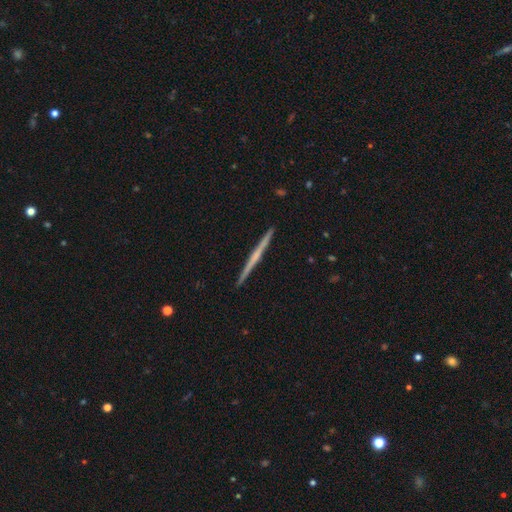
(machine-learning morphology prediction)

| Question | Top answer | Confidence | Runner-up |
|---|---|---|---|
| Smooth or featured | featured or disk | 66% | smooth (29%) |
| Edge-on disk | yes | 98% | no (2%) |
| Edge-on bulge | none | 70% | rounded (24%) |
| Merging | none | 93% | minor disturbance (4%) |